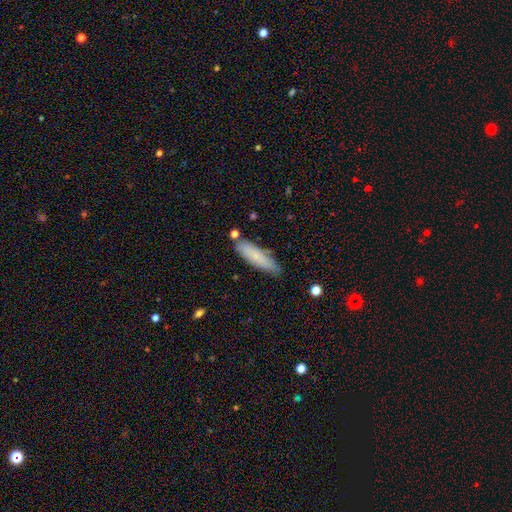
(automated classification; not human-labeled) Morphology: type=smooth (75%); roundness=cigar-shaped (65%); merging=none (77%).